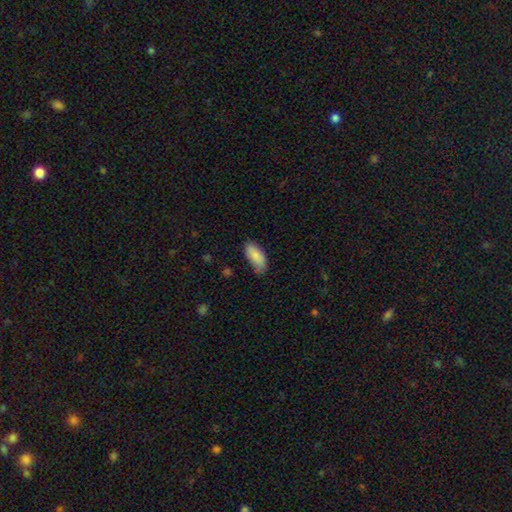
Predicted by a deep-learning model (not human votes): smooth-or-featured: smooth: 87% | featured or disk: 7% | star or artifact: 6%
  how-rounded: in between: 86% | cigar-shaped: 12% | round: 2%
  merging: none: 71% | minor disturbance: 24% | major disturbance: 4% | merger: 1%